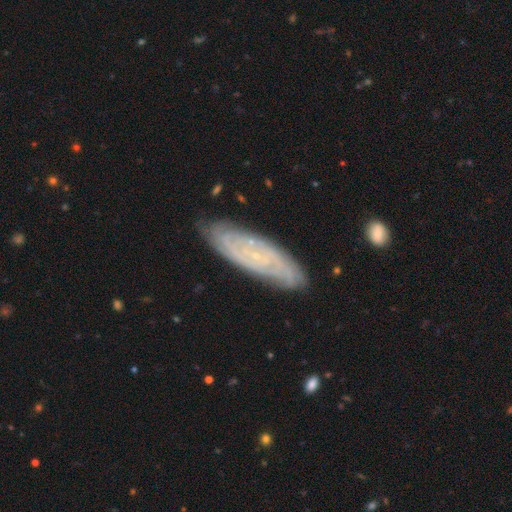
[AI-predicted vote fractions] This is likely a featured or disk galaxy (75%). It is clearly not viewed edge-on (82%). Bar: likely no (69%). Spiral arm pattern: clearly yes (90%). Spiral arm count: possibly can't tell (52%). Spiral winding: likely tight (70%). Central bulge: clearly small (85%). Merging: clearly none (82%).